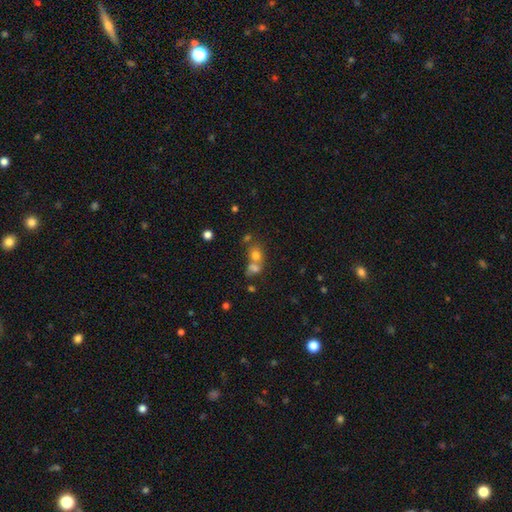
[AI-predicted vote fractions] Q: Smooth or featured?
A: smooth (67%); runner-up: star or artifact (19%)
Q: How rounded?
A: round (65%); runner-up: in between (34%)
Q: Merging?
A: merger (52%); runner-up: none (36%)